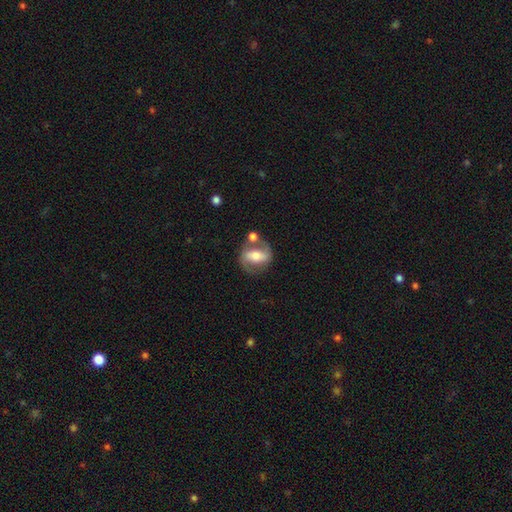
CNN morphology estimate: Smooth or featured?
  - featured or disk: 69% *
  - smooth: 24%
  - star or artifact: 6%
Edge-on disk?
  - no: 95% *
  - yes: 5%
Bar?
  - strong: 49% *
  - weak: 29%
  - no: 21%
Spiral arms?
  - yes: 81% *
  - no: 19%
Spiral winding?
  - medium: 50% *
  - loose: 26%
  - tight: 24%
Spiral arm count?
  - 2: 87% *
  - can't tell: 6%
  - 1: 4%
  - 3: 1%
  - 4: 1%
  - more than 4: 1%
Bulge size?
  - moderate: 61% *
  - small: 21%
  - large: 14%
  - none: 2%
  - dominant: 2%
Merging?
  - none: 61% *
  - merger: 16%
  - minor disturbance: 15%
  - major disturbance: 8%